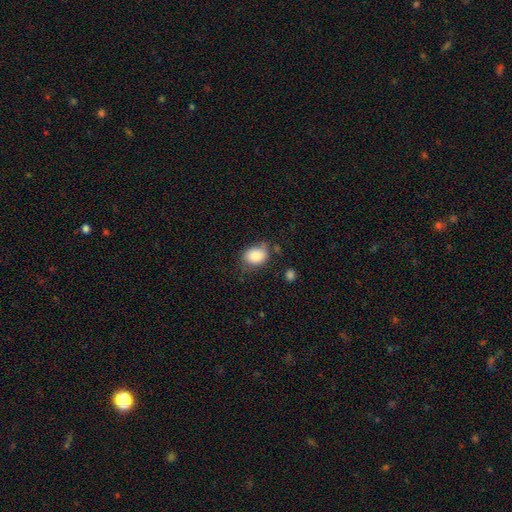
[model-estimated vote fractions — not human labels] A smooth galaxy with no disk features (84%) that is in between round and cigar-shaped (67%). Merging: none (59%).